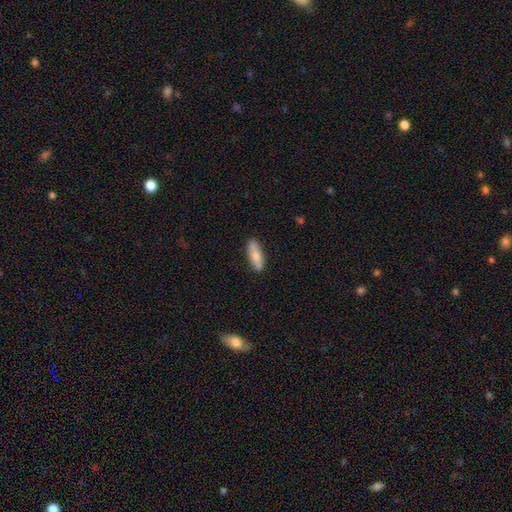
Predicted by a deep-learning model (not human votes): smooth_or_featured: smooth (p=0.73) [alt: featured or disk p=0.22]
how_rounded: in between (p=0.53) [alt: cigar-shaped p=0.45]
merging: none (p=0.88) [alt: minor disturbance p=0.09]